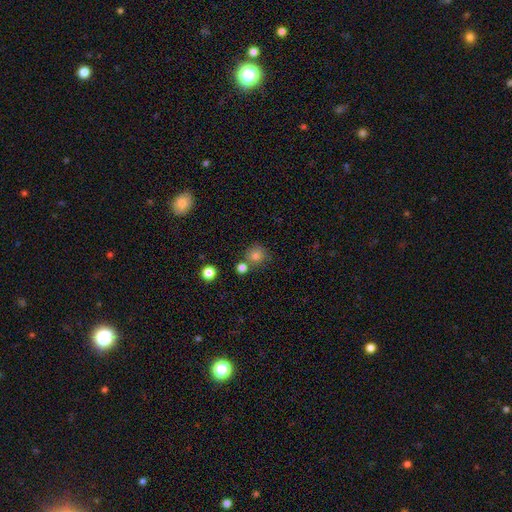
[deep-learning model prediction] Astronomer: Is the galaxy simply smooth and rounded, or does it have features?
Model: smooth — 80%.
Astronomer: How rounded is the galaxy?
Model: round — 89%.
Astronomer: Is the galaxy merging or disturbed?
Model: none — 67%.